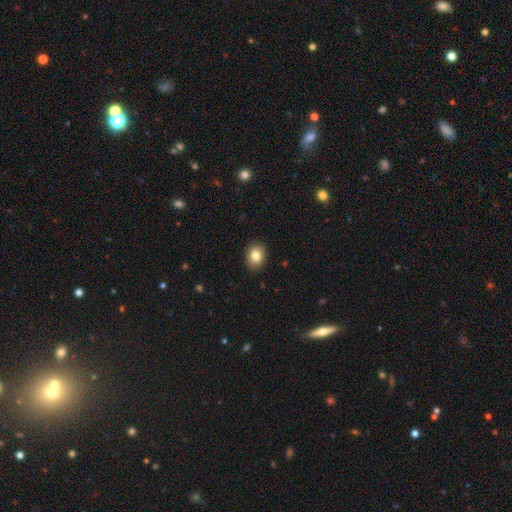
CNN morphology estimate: A smooth galaxy with no disk features (83%) that is in between round and cigar-shaped (59%).

Vote fractions:
- Smooth or featured? smooth: 83% / star or artifact: 9% / featured or disk: 8%
- How rounded? in between: 59% / round: 40% / cigar-shaped: 1%
- Merging? none: 89% / minor disturbance: 8% / major disturbance: 2% / merger: 1%